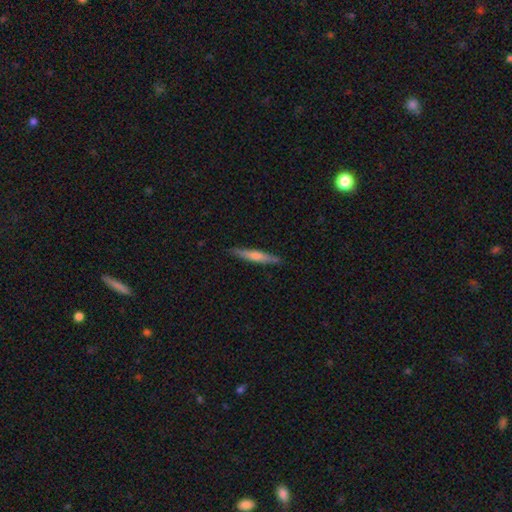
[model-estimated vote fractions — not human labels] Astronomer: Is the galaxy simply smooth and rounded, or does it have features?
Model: featured or disk — 53% (runner-up: smooth, 41%).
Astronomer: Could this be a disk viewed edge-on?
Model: yes — 96%.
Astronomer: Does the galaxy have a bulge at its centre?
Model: rounded — 66%.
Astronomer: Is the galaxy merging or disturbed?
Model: none — 90%.